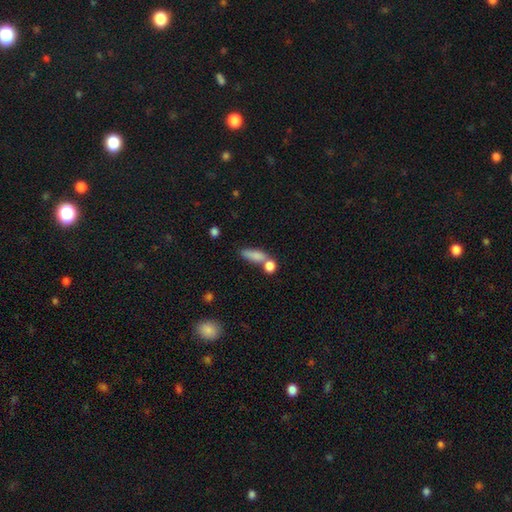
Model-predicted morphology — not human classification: Smooth or featured: smooth — 81% (featured or disk — 11%)
How rounded: in between — 59% (cigar-shaped — 33%)
Merging: none — 43% (merger — 35%)